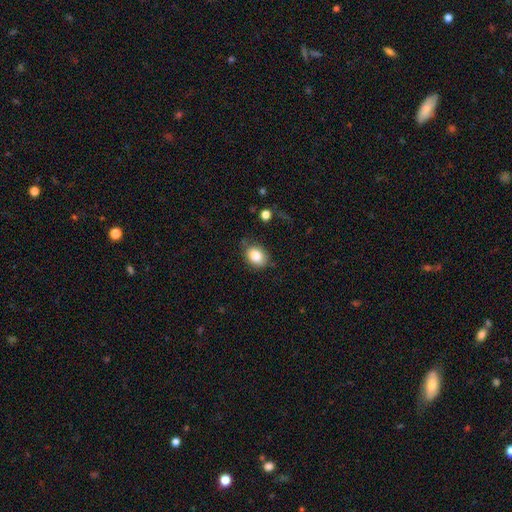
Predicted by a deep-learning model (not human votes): This is clearly a smooth galaxy (85%). How rounded: likely in between (65%). Merging: likely none (76%).